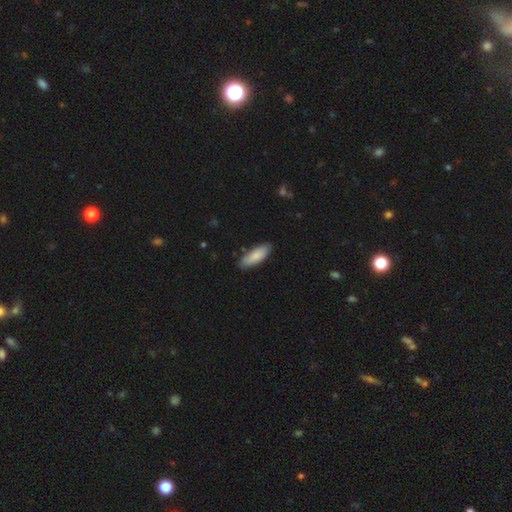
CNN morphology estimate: Q: Smooth or featured?
A: smooth (84%); runner-up: featured or disk (10%)
Q: How rounded?
A: in between (70%); runner-up: cigar-shaped (28%)
Q: Merging?
A: none (84%); runner-up: minor disturbance (12%)